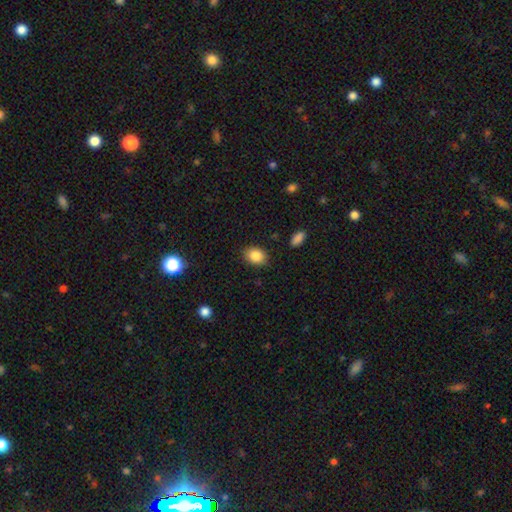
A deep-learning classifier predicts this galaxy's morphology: Smooth or featured?
  - smooth: 86% *
  - star or artifact: 9%
  - featured or disk: 6%
How rounded?
  - in between: 66% *
  - round: 33%
  - cigar-shaped: 1%
Merging?
  - none: 87% *
  - minor disturbance: 9%
  - major disturbance: 2%
  - merger: 1%